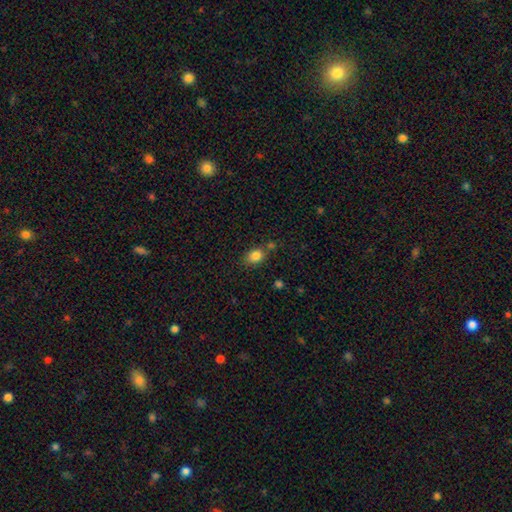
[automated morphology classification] Smooth or featured: smooth — 83% (star or artifact — 10%)
How rounded: in between — 64% (round — 35%)
Merging: none — 67% (minor disturbance — 16%)